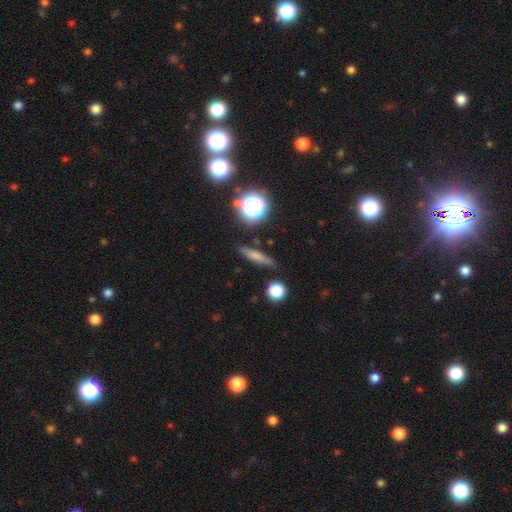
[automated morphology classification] Smooth or featured? smooth (61%)
How rounded? cigar-shaped (73%)
Merging? none (80%)